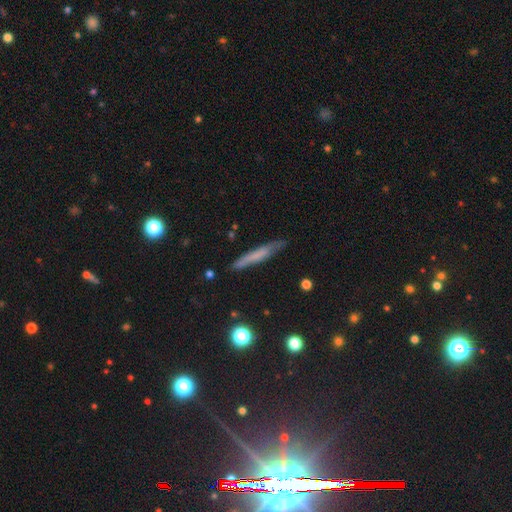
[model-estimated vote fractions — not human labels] Smooth or featured? Predicted: smooth (p=0.58). How rounded? Predicted: cigar-shaped (p=0.94). Merging? Predicted: none (p=0.81).